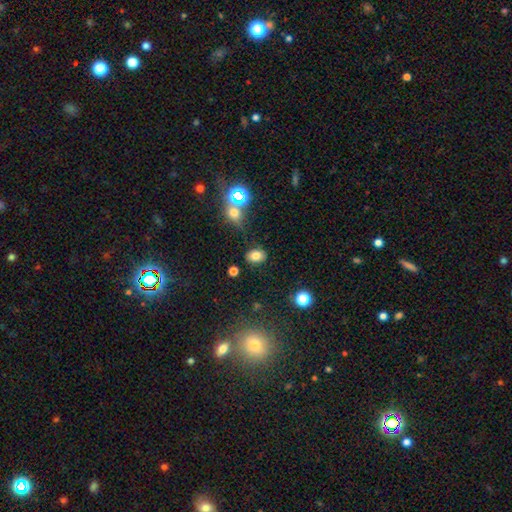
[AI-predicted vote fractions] A smooth galaxy with no disk features (77%) that is in between round and cigar-shaped (71%).

Vote fractions:
- Smooth or featured? smooth: 77% / star or artifact: 14% / featured or disk: 9%
- How rounded? in between: 71% / round: 28% / cigar-shaped: 1%
- Merging? none: 81% / minor disturbance: 12% / merger: 4% / major disturbance: 3%